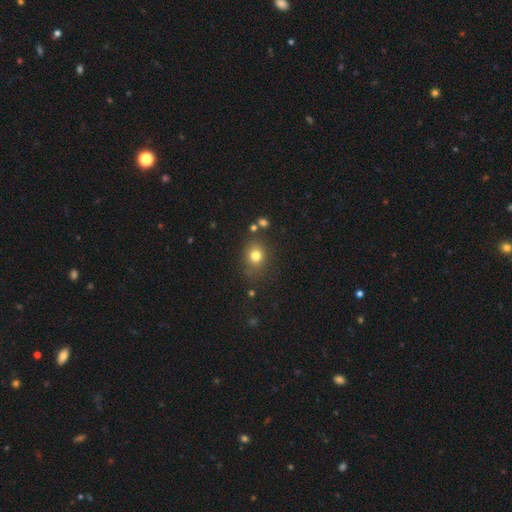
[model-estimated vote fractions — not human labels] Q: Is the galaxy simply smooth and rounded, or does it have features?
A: smooth — 78%.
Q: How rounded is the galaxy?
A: round — 63%.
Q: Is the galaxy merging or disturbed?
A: none — 78%.